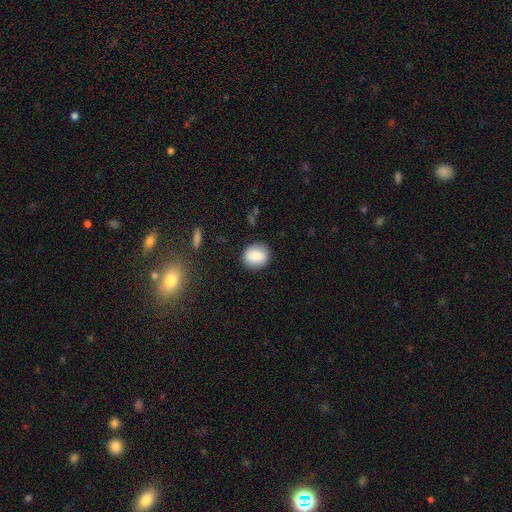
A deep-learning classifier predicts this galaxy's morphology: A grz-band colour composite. It shows a smooth galaxy with no disk features (79%) that is round (80%). Merging: none (88%).